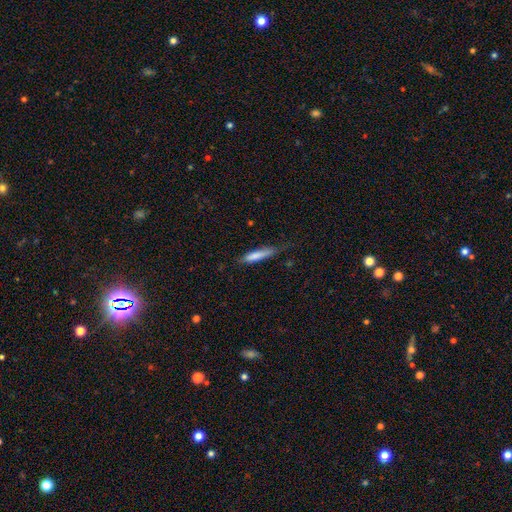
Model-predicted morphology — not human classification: Smooth or featured? Predicted: smooth (p=0.74). How rounded? Predicted: cigar-shaped (p=0.85). Merging? Predicted: none (p=0.61).